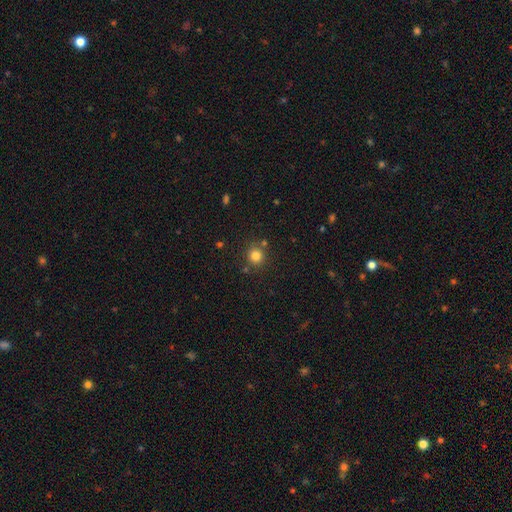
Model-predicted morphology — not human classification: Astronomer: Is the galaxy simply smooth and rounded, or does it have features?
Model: smooth — 81%.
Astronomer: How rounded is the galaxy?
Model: round — 90%.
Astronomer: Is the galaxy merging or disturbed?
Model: none — 80%.